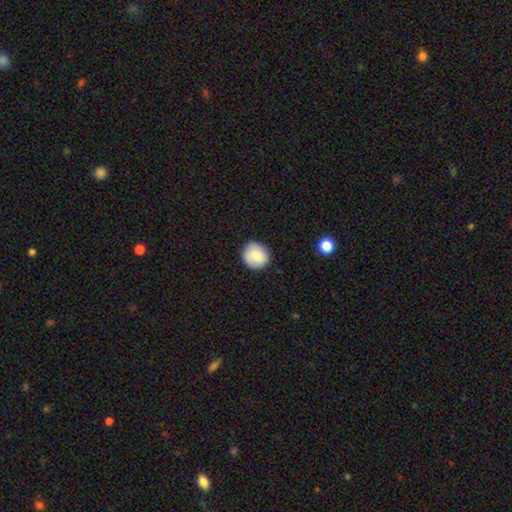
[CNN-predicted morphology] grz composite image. It shows a smooth galaxy with no disk features (83%) that is round (90%). Merging: none (88%).